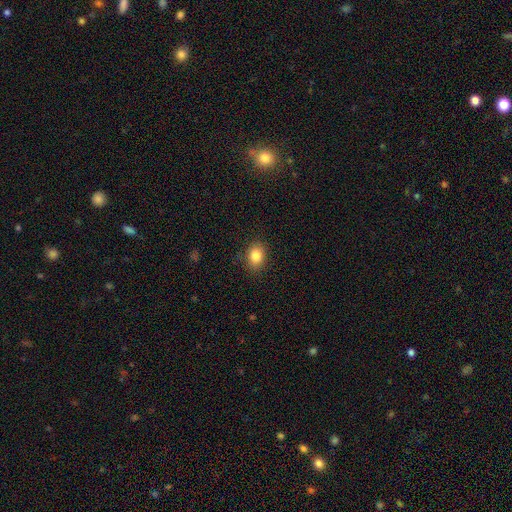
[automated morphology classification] smooth 85%, star or artifact 9%, featured or disk 6%. Down the decision tree: how rounded — in between (62%); merging — none (86%).